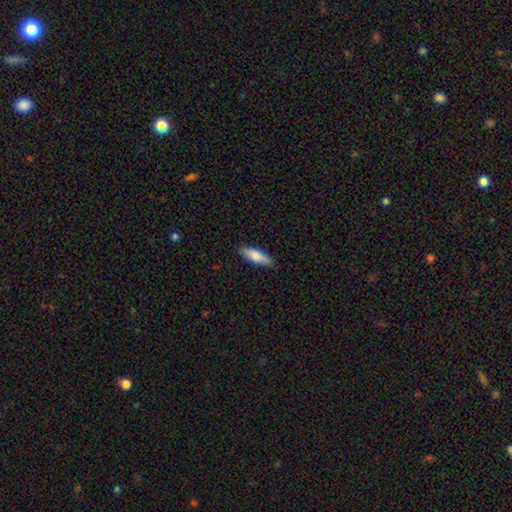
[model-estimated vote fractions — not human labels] smooth_or_featured: smooth (p=0.80) [alt: featured or disk p=0.14]
how_rounded: in between (p=0.52) [alt: cigar-shaped p=0.46]
merging: none (p=0.86) [alt: minor disturbance p=0.11]